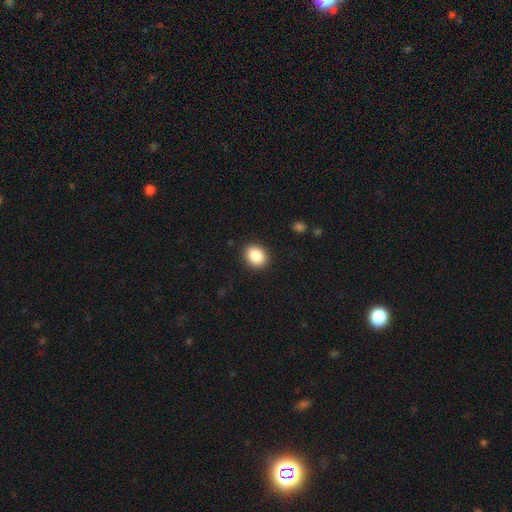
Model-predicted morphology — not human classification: This is clearly a smooth galaxy (88%). How rounded: possibly round (57%). Merging: clearly none (90%).